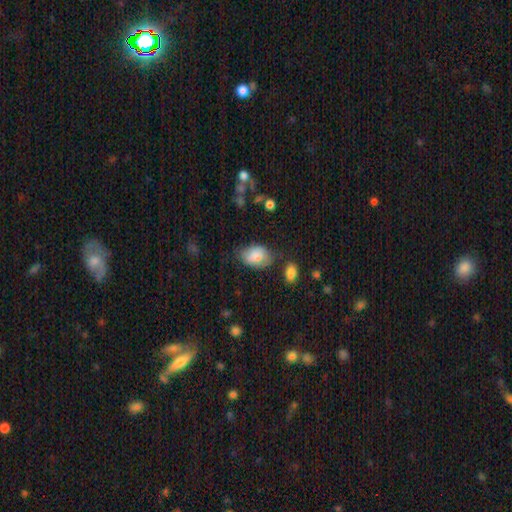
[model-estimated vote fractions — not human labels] A smooth galaxy with no disk features (78%) that is in between round and cigar-shaped (84%). Merging: none (51%).